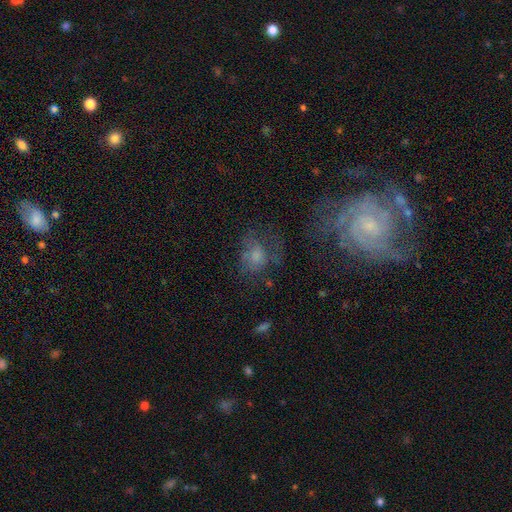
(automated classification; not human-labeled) This is marginally a featured or disk galaxy (45%). Merging: possibly none (52%).